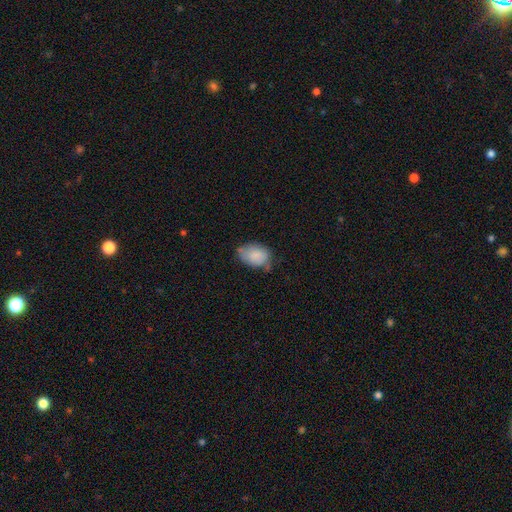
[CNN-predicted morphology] smooth-or-featured: smooth: 81% | featured or disk: 11% | star or artifact: 7%
  how-rounded: in between: 82% | round: 17% | cigar-shaped: 1%
  merging: none: 50% | minor disturbance: 37% | major disturbance: 9% | merger: 5%